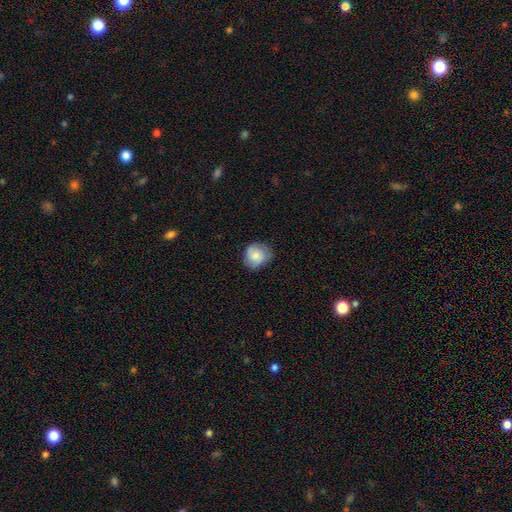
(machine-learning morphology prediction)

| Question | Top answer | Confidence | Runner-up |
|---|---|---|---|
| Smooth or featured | smooth | 73% | featured or disk (19%) |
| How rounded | round | 78% | in between (21%) |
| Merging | none | 65% | minor disturbance (28%) |